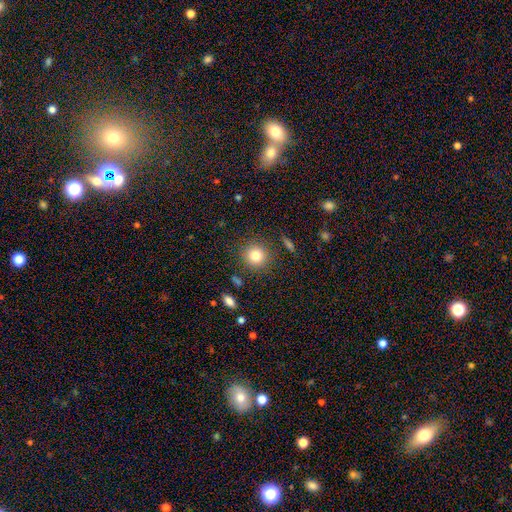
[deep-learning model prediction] Smooth or featured? Predicted: smooth (p=0.81). How rounded? Predicted: round (p=0.91). Merging? Predicted: none (p=0.87).